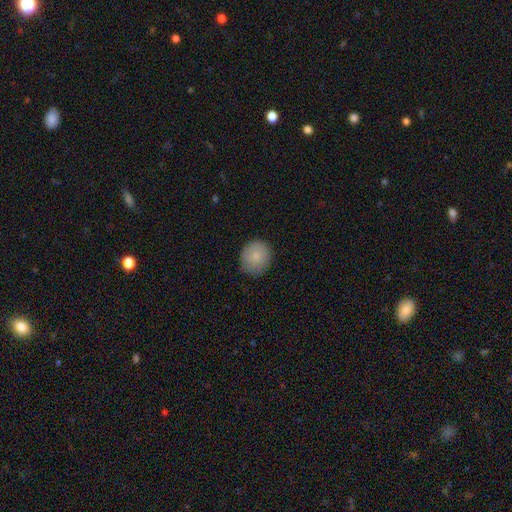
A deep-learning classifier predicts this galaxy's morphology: This appears to be a smooth galaxy with no disk features (83%) that is round (85%). Merging: none (83%).